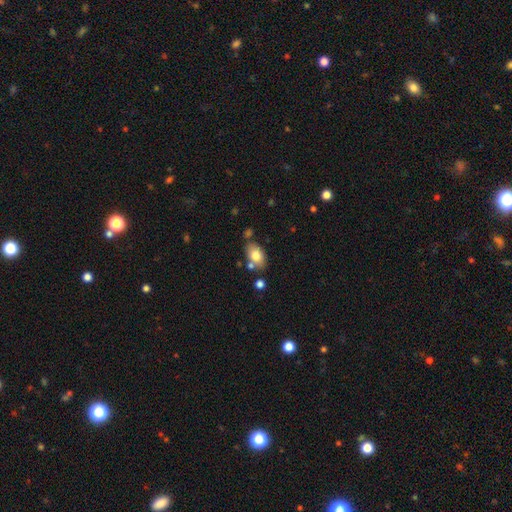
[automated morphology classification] This is likely a smooth galaxy (76%). How rounded: clearly in between (87%). Merging: likely none (69%).